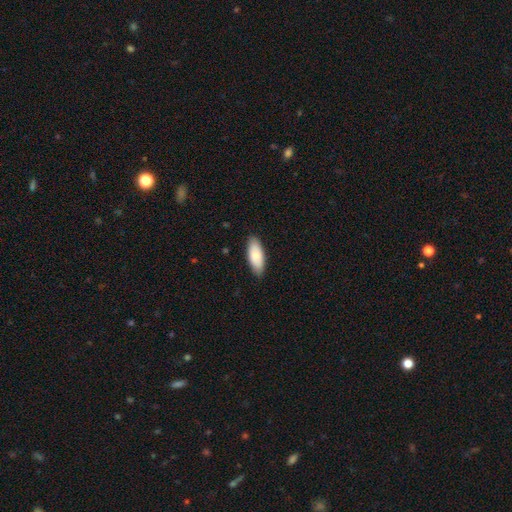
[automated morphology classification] smooth_or_featured: smooth (p=0.83) [alt: featured or disk p=0.11]
how_rounded: in between (p=0.80) [alt: cigar-shaped p=0.18]
merging: none (p=0.87) [alt: minor disturbance p=0.11]